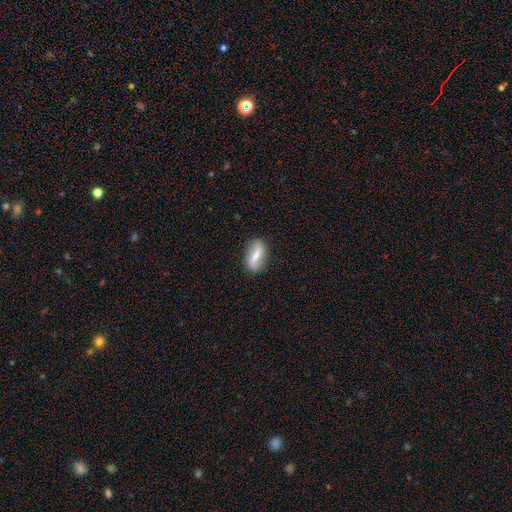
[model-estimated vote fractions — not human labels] Smooth or featured? featured or disk (48%)
Merging? none (83%)